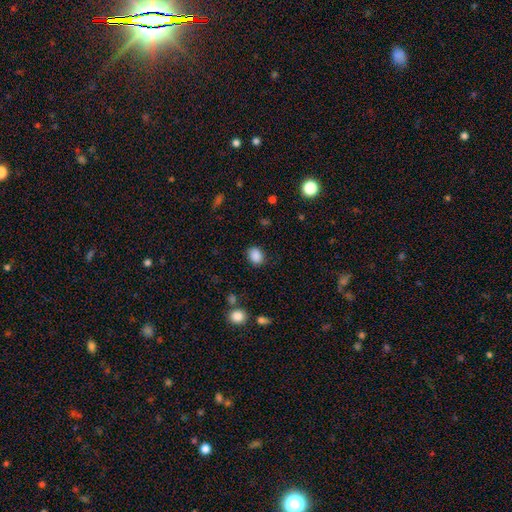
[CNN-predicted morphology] Smooth or featured?
  - smooth: 88% *
  - star or artifact: 9%
  - featured or disk: 3%
How rounded?
  - in between: 60% *
  - round: 39%
  - cigar-shaped: 1%
Merging?
  - none: 85% *
  - minor disturbance: 10%
  - major disturbance: 3%
  - merger: 1%